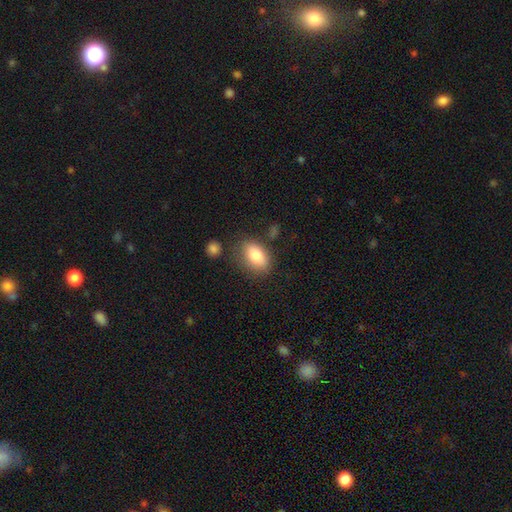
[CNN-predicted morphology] Smooth or featured? Predicted: smooth (p=0.82). How rounded? Predicted: in between (p=0.88). Merging? Predicted: none (p=0.73).